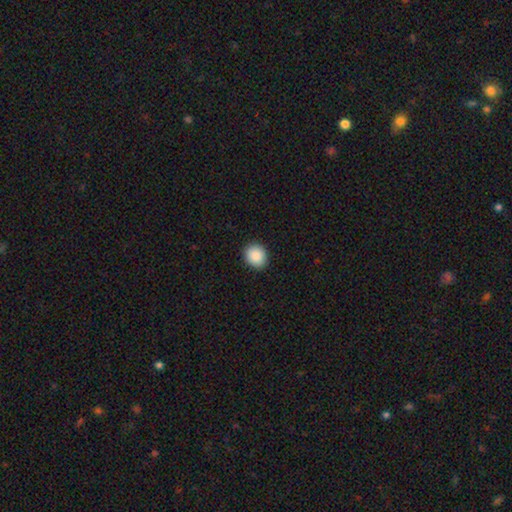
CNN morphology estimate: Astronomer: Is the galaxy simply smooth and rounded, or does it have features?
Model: smooth — 89%.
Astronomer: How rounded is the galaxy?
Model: round — 76%.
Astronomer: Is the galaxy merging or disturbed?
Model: none — 91%.